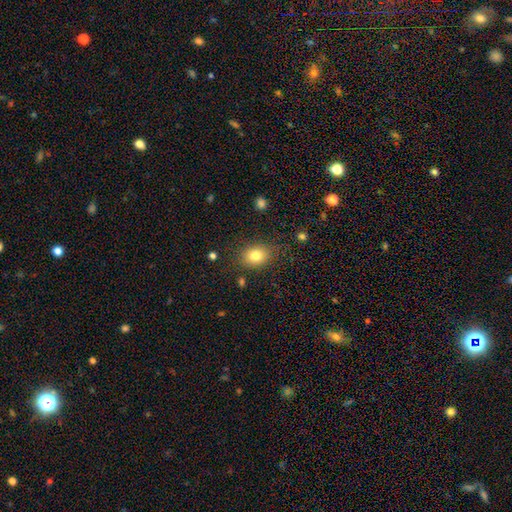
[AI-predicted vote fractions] This is likely a smooth galaxy (80%). How rounded: possibly in between (58%). Merging: clearly none (81%).